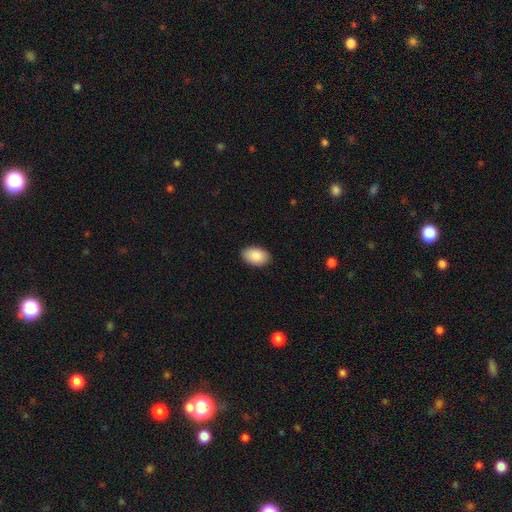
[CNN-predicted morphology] Smooth or featured?
  - smooth: 90% *
  - star or artifact: 6%
  - featured or disk: 4%
How rounded?
  - in between: 91% *
  - round: 8%
  - cigar-shaped: 1%
Merging?
  - none: 89% *
  - minor disturbance: 8%
  - major disturbance: 2%
  - merger: 1%